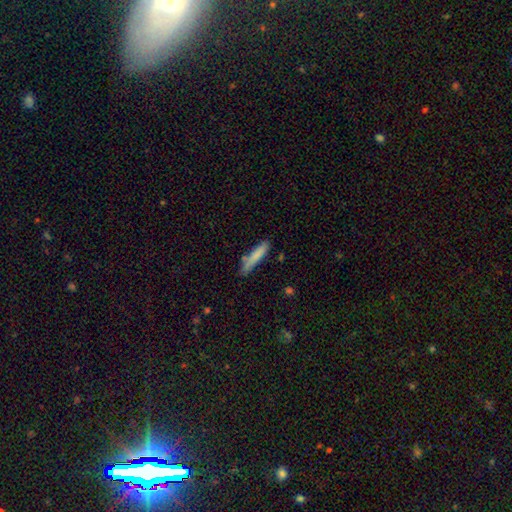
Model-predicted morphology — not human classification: type=smooth (79%); roundness=cigar-shaped (88%); merging=none (75%).